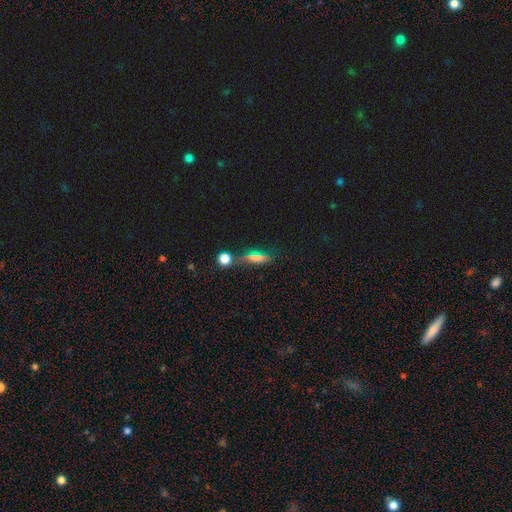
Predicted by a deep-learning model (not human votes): Overall: smooth (47%; star or artifact 27%). Merging: none (71%).